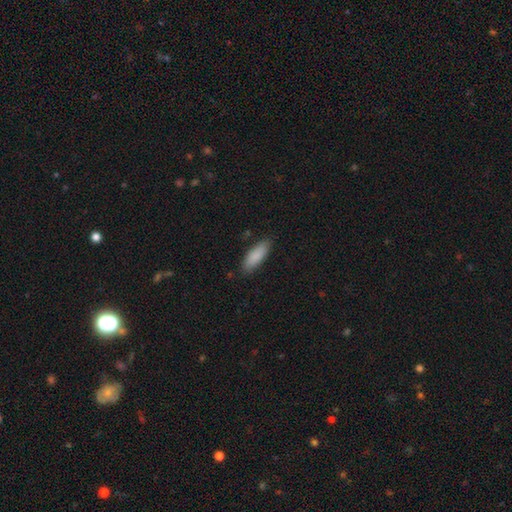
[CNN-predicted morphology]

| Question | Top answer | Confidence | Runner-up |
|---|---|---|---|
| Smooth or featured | smooth | 88% | featured or disk (6%) |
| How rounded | in between | 61% | cigar-shaped (37%) |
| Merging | none | 85% | minor disturbance (12%) |